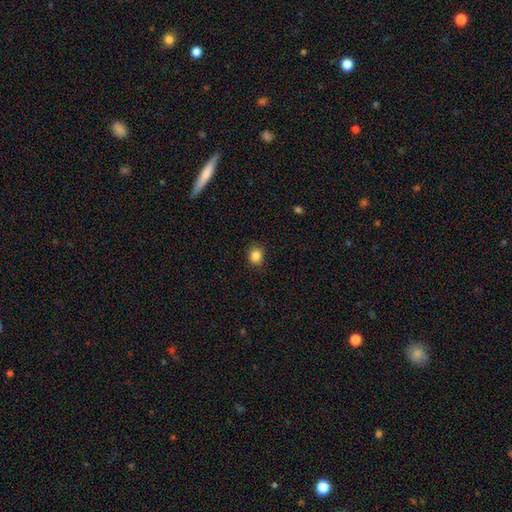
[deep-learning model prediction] Smooth or featured?
  - smooth: 85% *
  - star or artifact: 11%
  - featured or disk: 4%
How rounded?
  - round: 73% *
  - in between: 26%
  - cigar-shaped: 1%
Merging?
  - none: 88% *
  - minor disturbance: 9%
  - major disturbance: 2%
  - merger: 1%